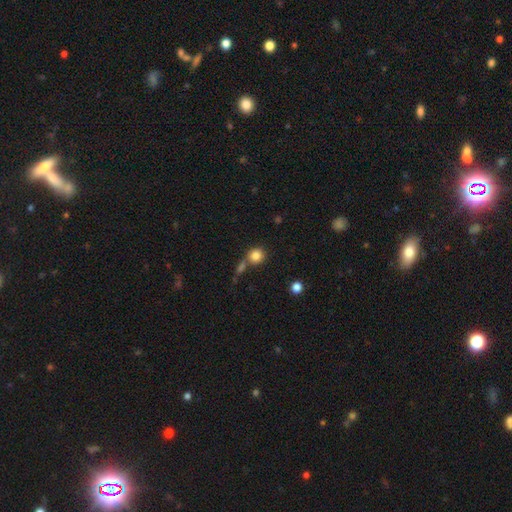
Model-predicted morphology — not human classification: Smooth or featured: smooth — 84% (star or artifact — 10%)
How rounded: round — 88% (in between — 11%)
Merging: none — 62% (merger — 24%)